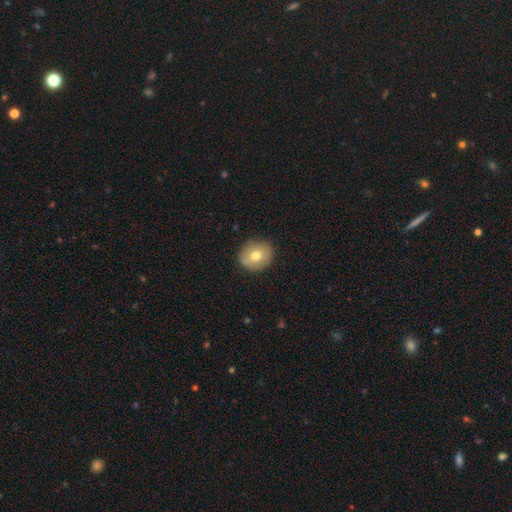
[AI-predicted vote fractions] A smooth galaxy with no disk features (73%) that is round (70%).

Vote fractions:
- Smooth or featured? smooth: 73% / featured or disk: 18% / star or artifact: 9%
- How rounded? round: 70% / in between: 29% / cigar-shaped: 1%
- Merging? none: 86% / minor disturbance: 10% / major disturbance: 2% / merger: 1%